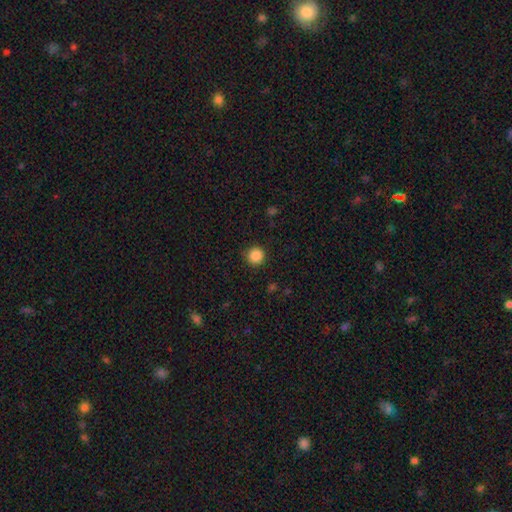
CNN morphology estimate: Overall: smooth (87%). How rounded: round (94%). Merging: none (90%).